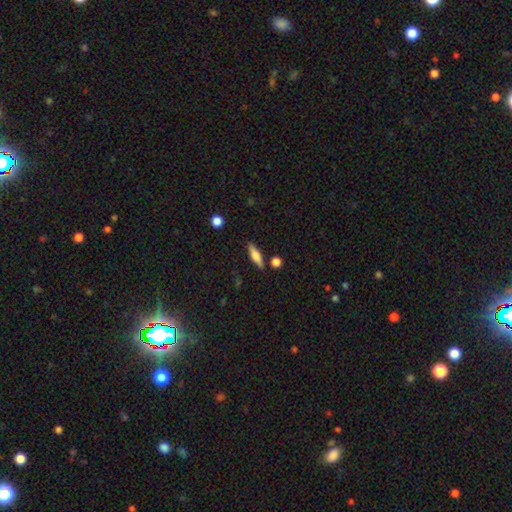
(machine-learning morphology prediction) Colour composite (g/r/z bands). It shows a smooth galaxy with no disk features (65%) that is cigar-shaped (55%). Merging: none (83%).